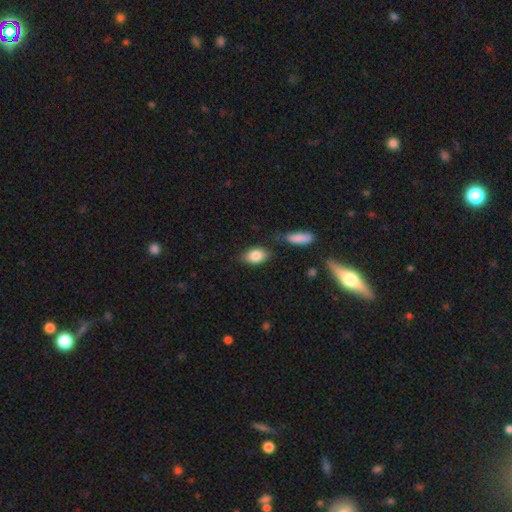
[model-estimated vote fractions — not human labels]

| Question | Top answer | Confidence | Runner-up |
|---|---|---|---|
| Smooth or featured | smooth | 84% | featured or disk (8%) |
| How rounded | in between | 85% | round (12%) |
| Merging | none | 73% | minor disturbance (15%) |